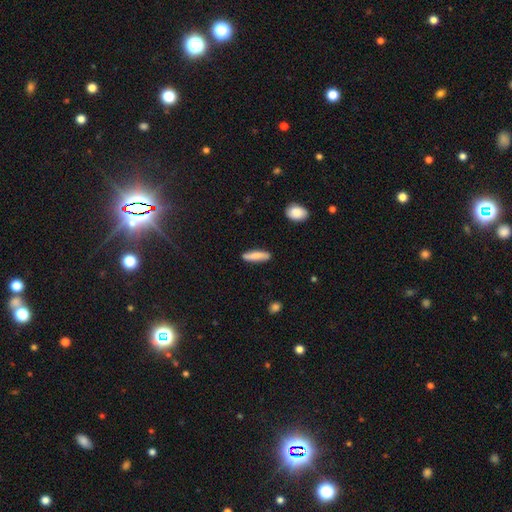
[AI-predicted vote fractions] smooth-or-featured: smooth: 78% | featured or disk: 16% | star or artifact: 6%
  how-rounded: cigar-shaped: 77% | in between: 21% | round: 2%
  merging: none: 86% | minor disturbance: 11% | major disturbance: 2% | merger: 2%